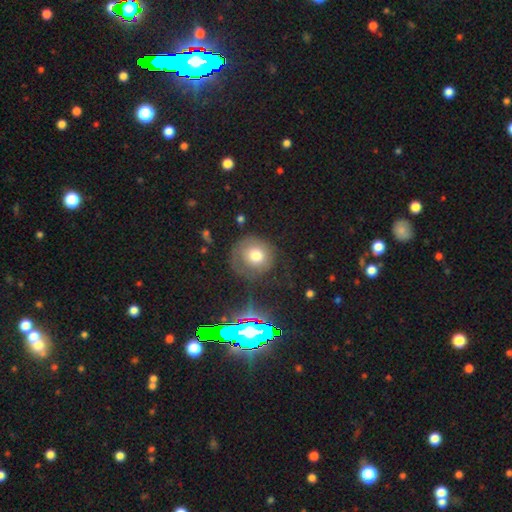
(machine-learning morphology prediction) The model was most divided on "merging": none: 61%, minor disturbance: 20%, major disturbance: 16%, merger: 3%. More confident: how rounded — round (89%); smooth or featured — smooth (66%).